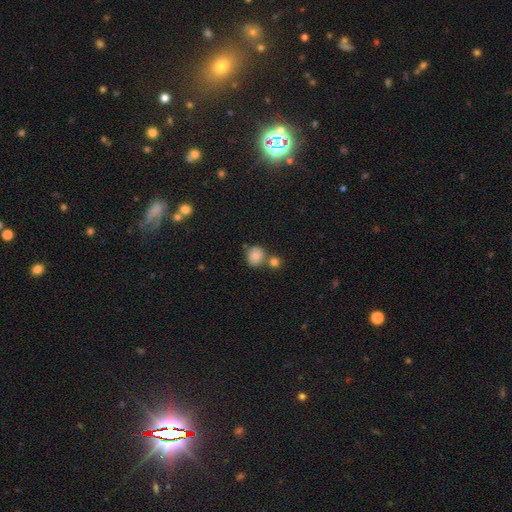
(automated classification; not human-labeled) Morphology: type=smooth (83%); roundness=round (73%); merging=none (54%).